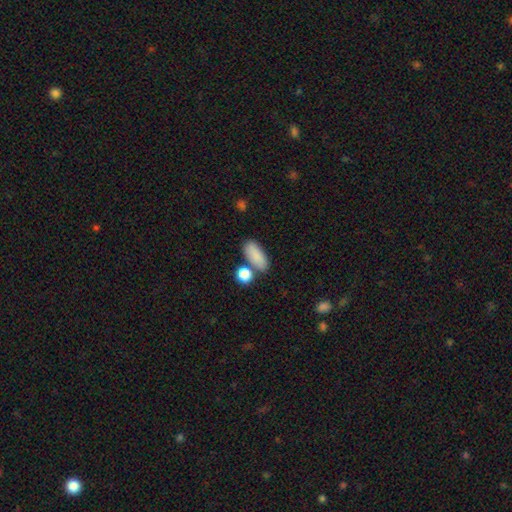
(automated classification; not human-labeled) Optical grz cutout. It shows a smooth galaxy with no disk features (86%) that is in between round and cigar-shaped (83%). Merging: none (69%).